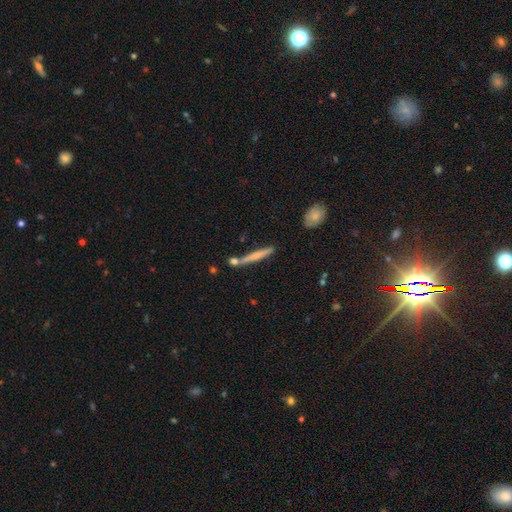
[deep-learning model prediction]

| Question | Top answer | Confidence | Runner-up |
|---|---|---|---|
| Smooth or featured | smooth | 52% | featured or disk (41%) |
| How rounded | cigar-shaped | 94% | in between (4%) |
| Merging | none | 73% | minor disturbance (12%) |